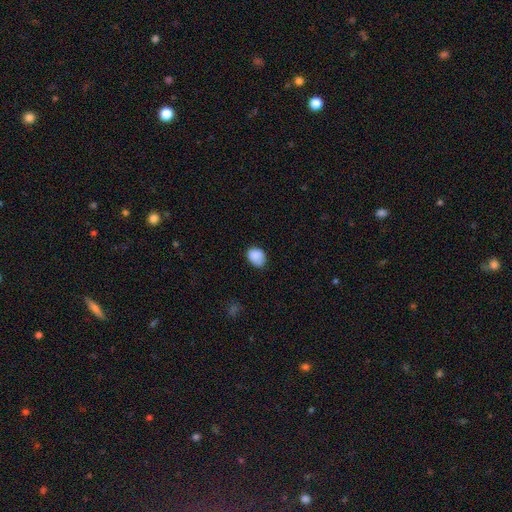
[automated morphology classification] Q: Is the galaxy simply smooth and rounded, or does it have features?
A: smooth — 86%.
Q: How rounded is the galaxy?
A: in between — 59%.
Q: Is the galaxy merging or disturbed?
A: none — 60%.